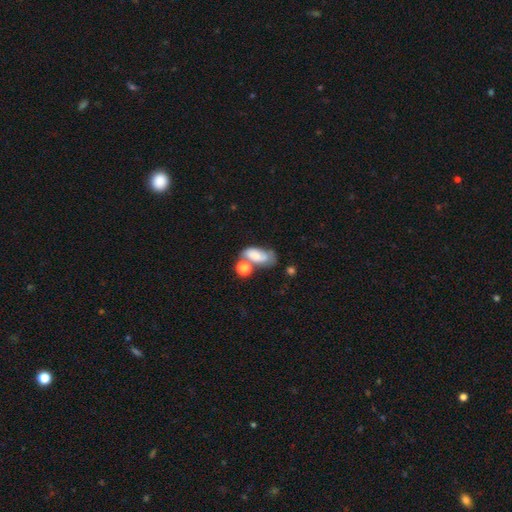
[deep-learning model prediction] The model was most divided on "merging": merger: 35%, none: 29%, minor disturbance: 20%, major disturbance: 16%. More confident: how rounded — in between (87%); smooth or featured — smooth (68%).